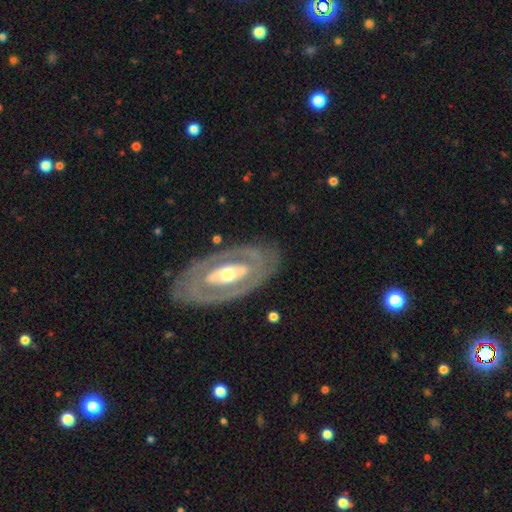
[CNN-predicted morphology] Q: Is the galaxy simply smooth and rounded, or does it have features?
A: featured or disk — 79%.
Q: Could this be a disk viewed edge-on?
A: no — 90%.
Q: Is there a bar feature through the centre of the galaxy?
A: no — 56%.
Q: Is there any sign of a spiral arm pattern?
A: no — 54%.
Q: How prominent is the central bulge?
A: moderate — 64%.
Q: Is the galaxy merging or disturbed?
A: none — 82%.